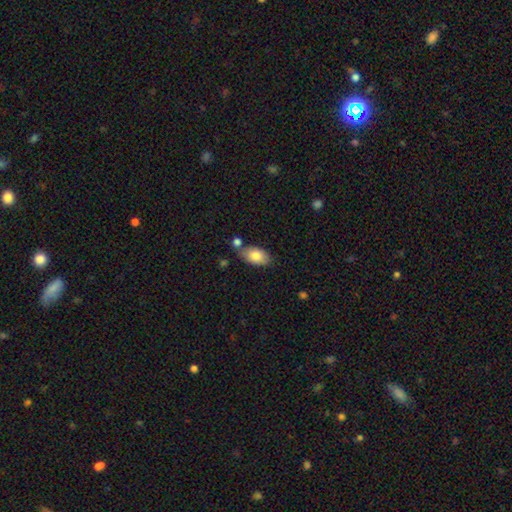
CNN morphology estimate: Smooth or featured?
  - smooth: 81% *
  - featured or disk: 13%
  - star or artifact: 7%
How rounded?
  - in between: 93% *
  - round: 5%
  - cigar-shaped: 2%
Merging?
  - none: 67% *
  - minor disturbance: 16%
  - merger: 13%
  - major disturbance: 4%